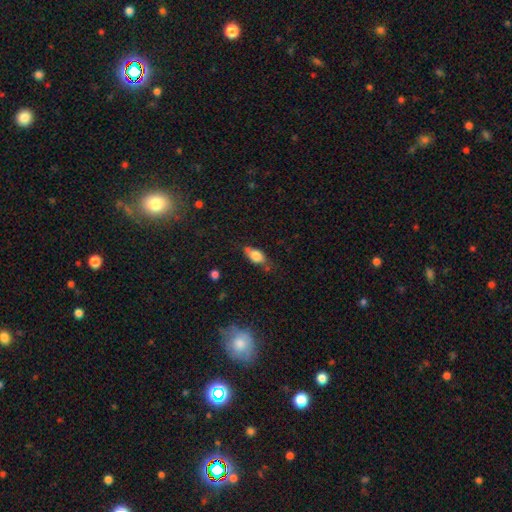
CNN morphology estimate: Smooth or featured: smooth — 74% (featured or disk — 17%)
How rounded: in between — 83% (round — 9%)
Merging: none — 57% (minor disturbance — 29%)